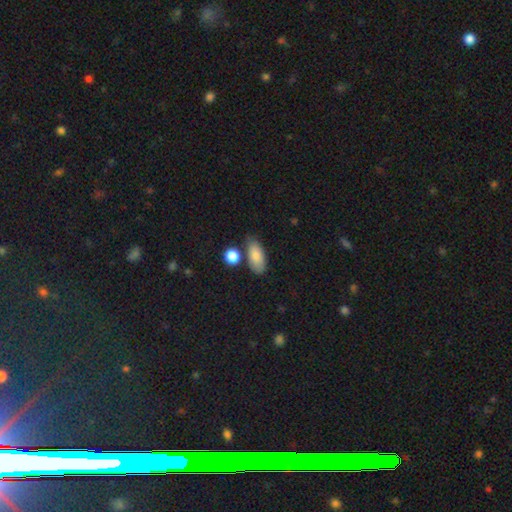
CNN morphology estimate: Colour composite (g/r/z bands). It shows a smooth galaxy with no disk features (85%) that is in between round and cigar-shaped (86%). Merging: none (69%).